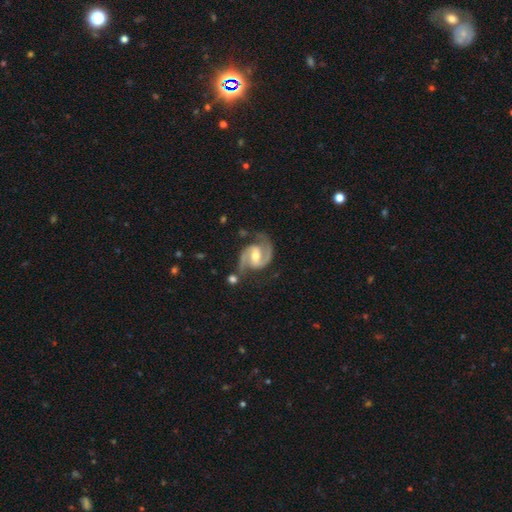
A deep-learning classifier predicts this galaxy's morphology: A featured or disk galaxy (93%) with a weak bar (47%), 2 (94%) medium (62%) spiral arms (98%) and a moderate central bulge (67%). Merging: none (73%).